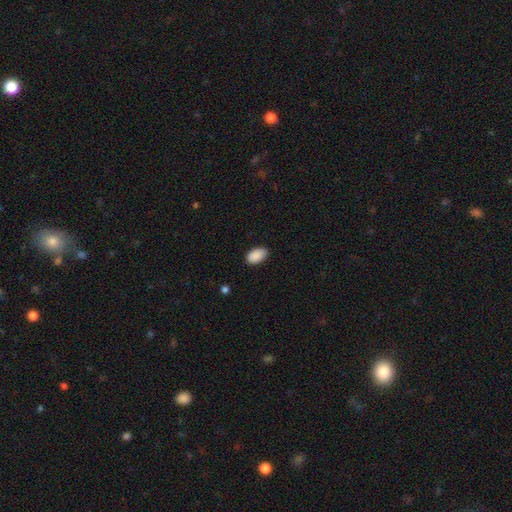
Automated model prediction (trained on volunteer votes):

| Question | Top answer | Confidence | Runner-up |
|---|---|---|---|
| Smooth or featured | smooth | 90% | star or artifact (7%) |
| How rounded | in between | 94% | round (5%) |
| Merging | none | 86% | minor disturbance (11%) |